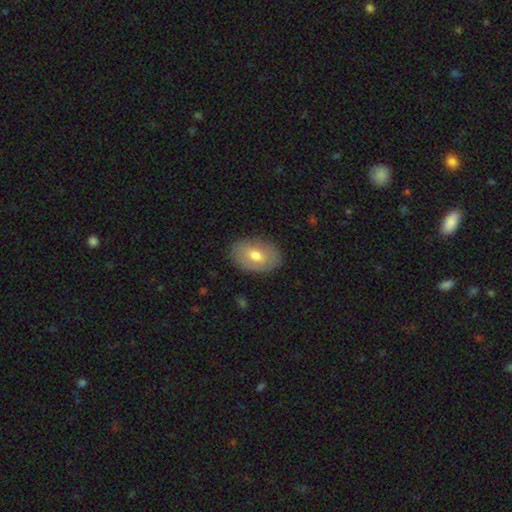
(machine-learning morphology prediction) This is likely a smooth galaxy (66%). How rounded: clearly in between (86%). Merging: clearly none (84%).